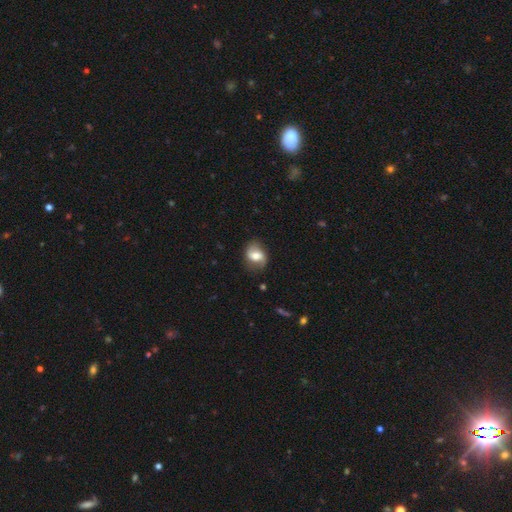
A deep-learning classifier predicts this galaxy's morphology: Q: Smooth or featured?
A: featured or disk (50%); runner-up: smooth (42%)
Q: Merging?
A: none (73%); runner-up: minor disturbance (19%)